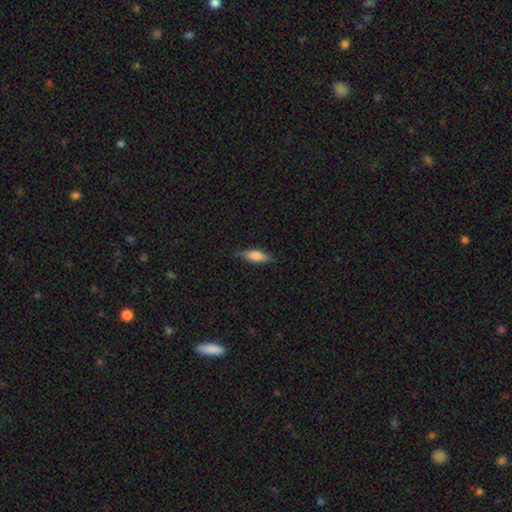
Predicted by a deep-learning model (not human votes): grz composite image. It shows a smooth galaxy with no disk features (63%) that is in between round and cigar-shaped (52%). Merging: none (78%).